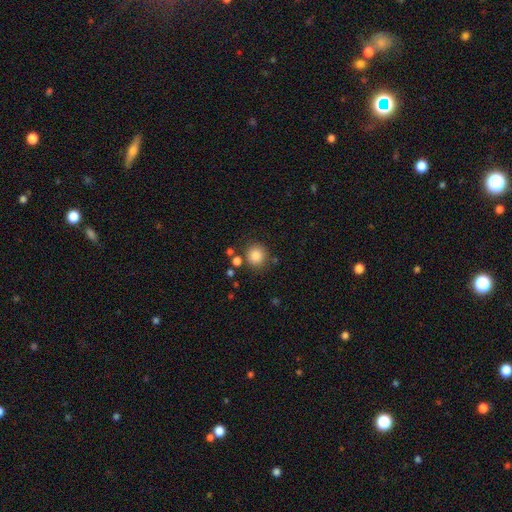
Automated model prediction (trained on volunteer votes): The model was most divided on "merging": none: 80%, minor disturbance: 9%, merger: 7%, major disturbance: 4%. More confident: how rounded — round (91%); smooth or featured — smooth (85%).